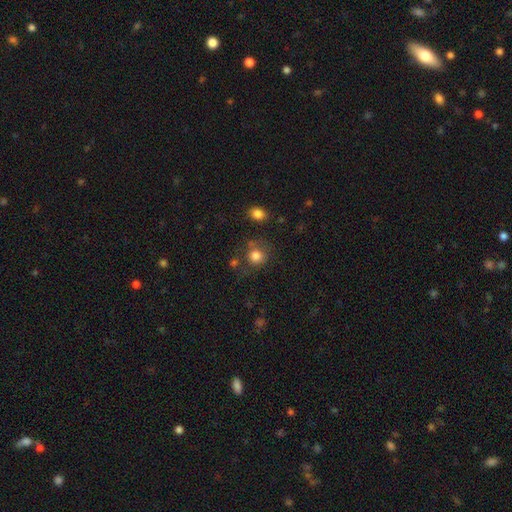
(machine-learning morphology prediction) type=smooth (82%); roundness=round (84%); merging=none (64%).